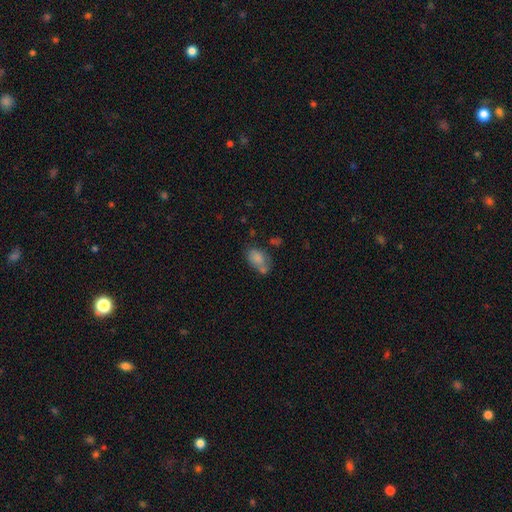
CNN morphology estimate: This appears to be a smooth galaxy with no disk features (68%) that is in between round and cigar-shaped (79%). Merging: none (46%).